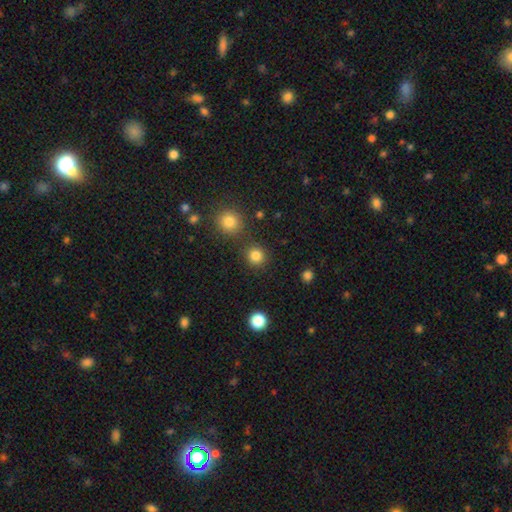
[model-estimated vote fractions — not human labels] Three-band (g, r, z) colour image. It shows a smooth galaxy with no disk features (83%) that is round (92%). Merging: none (84%).